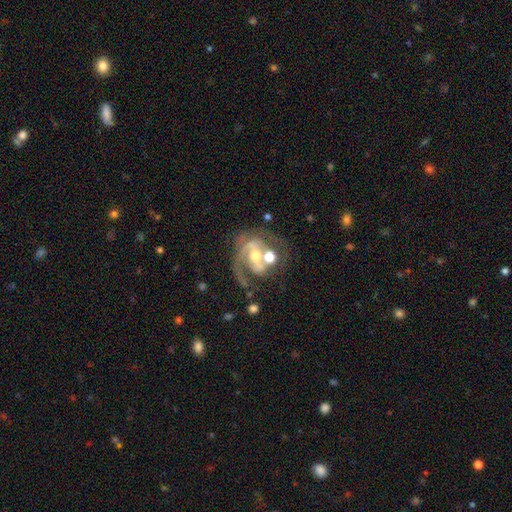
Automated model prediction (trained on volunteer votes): This is likely a featured or disk galaxy (77%). It is clearly not viewed edge-on (97%). Bar: marginally no (45%). Spiral arm pattern: clearly yes (81%). Spiral arm count: marginally 2 (43%). Spiral winding: marginally medium (44%). Central bulge: likely moderate (64%). Merging: marginally none (32%).